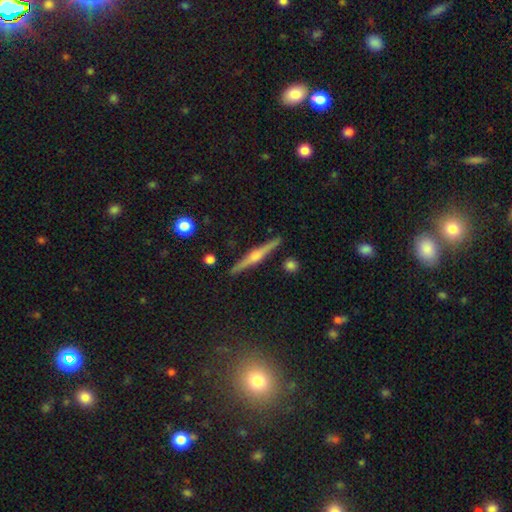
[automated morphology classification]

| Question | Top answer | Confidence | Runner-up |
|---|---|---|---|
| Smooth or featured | featured or disk | 77% | smooth (16%) |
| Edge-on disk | yes | 98% | no (2%) |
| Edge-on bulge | rounded | 86% | boxy (9%) |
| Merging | none | 92% | minor disturbance (6%) |